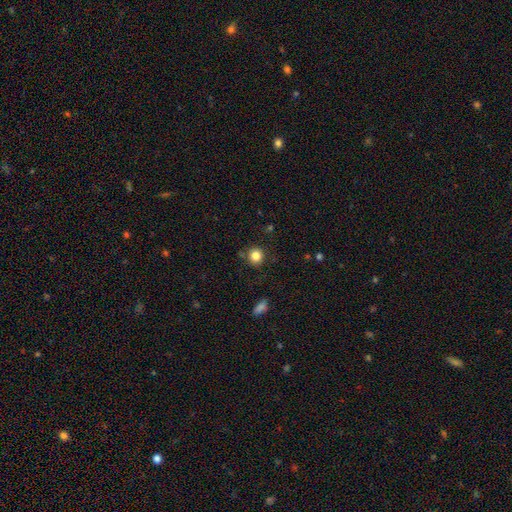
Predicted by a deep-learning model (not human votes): Q: Smooth or featured?
A: smooth (83%); runner-up: star or artifact (11%)
Q: How rounded?
A: round (89%); runner-up: in between (10%)
Q: Merging?
A: none (84%); runner-up: minor disturbance (10%)